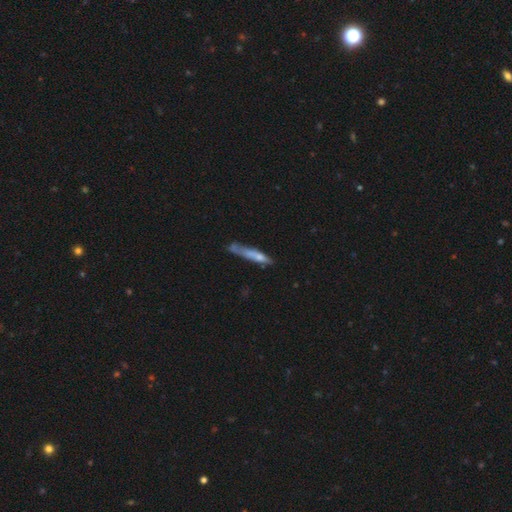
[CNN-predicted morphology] Q: Smooth or featured?
A: smooth (61%); runner-up: featured or disk (32%)
Q: How rounded?
A: cigar-shaped (90%); runner-up: in between (8%)
Q: Merging?
A: none (48%); runner-up: minor disturbance (27%)